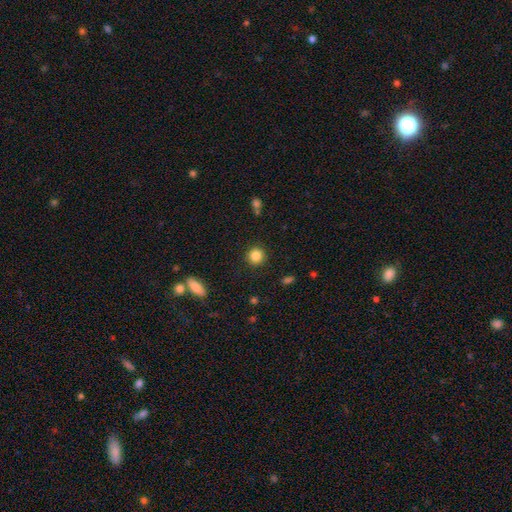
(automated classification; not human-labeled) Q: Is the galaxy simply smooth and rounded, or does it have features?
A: smooth — 85%.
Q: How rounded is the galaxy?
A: round — 93%.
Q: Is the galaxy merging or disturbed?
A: none — 91%.